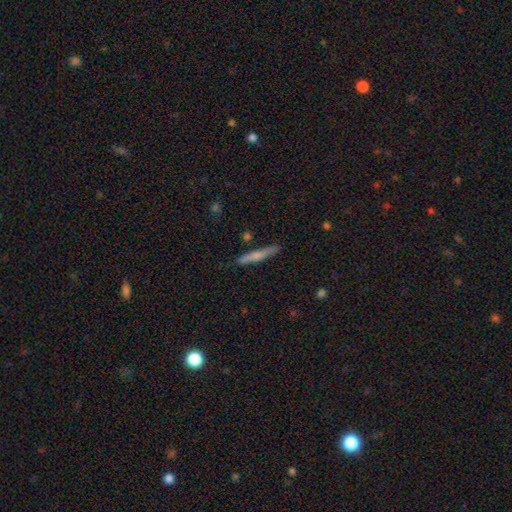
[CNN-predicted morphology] smooth 59%, featured or disk 35%, star or artifact 6%. Down the decision tree: how rounded — cigar-shaped (94%); merging — none (86%).